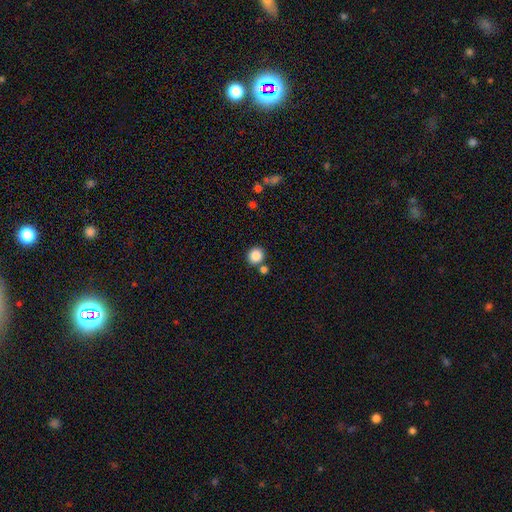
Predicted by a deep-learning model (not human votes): Smooth or featured: smooth — 86% (star or artifact — 10%)
How rounded: round — 87% (in between — 12%)
Merging: none — 76% (merger — 14%)